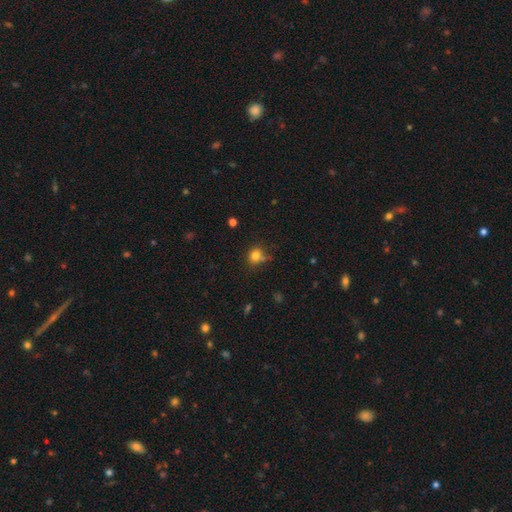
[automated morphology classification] Overall: smooth (80%). How rounded: round (75%). Merging: none (65%).